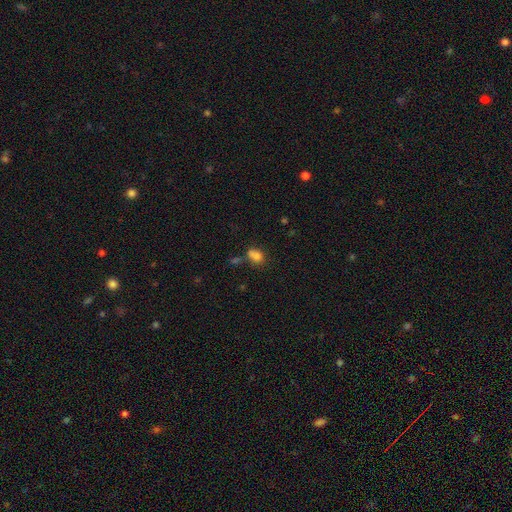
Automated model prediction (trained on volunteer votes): Morphology: type=smooth (76%); roundness=in between (52%); merging=merger (44%).